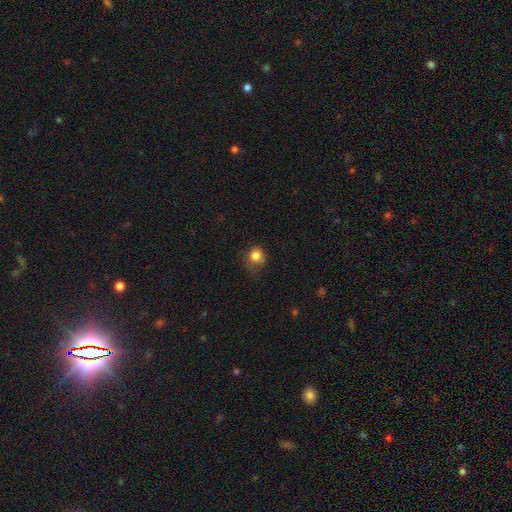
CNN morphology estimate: This is clearly a smooth galaxy (82%). How rounded: clearly round (80%). Merging: possibly none (58%).